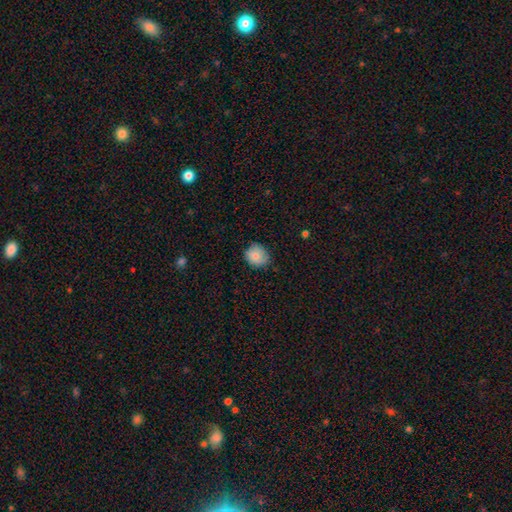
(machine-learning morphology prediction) Overall: smooth (82%). How rounded: round (81%). Merging: none (76%).